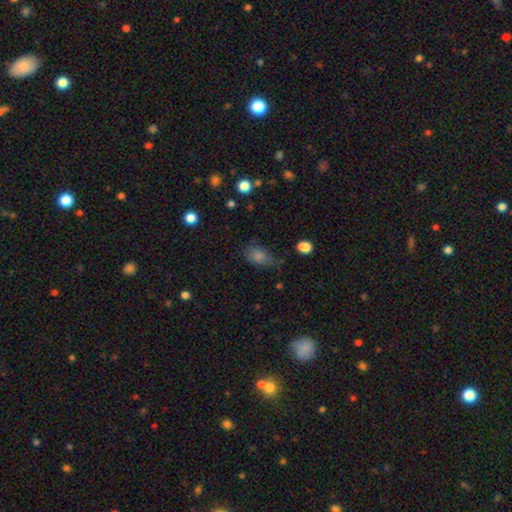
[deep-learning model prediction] Smooth or featured? Predicted: smooth (p=0.69). How rounded? Predicted: in between (p=0.79). Merging? Predicted: none (p=0.54).